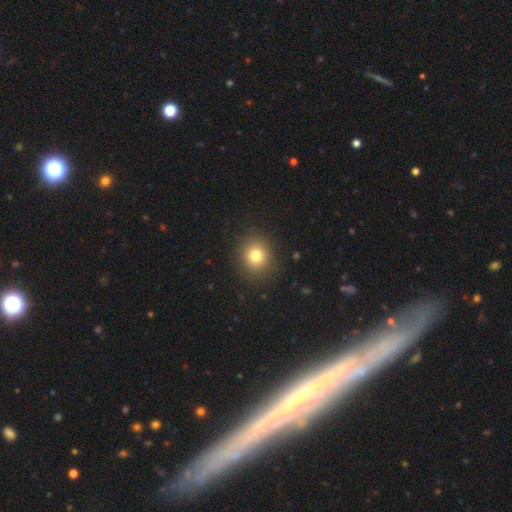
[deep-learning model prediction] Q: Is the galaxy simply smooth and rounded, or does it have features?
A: smooth — 78%.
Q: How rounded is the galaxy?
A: round — 82%.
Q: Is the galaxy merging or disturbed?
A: none — 89%.